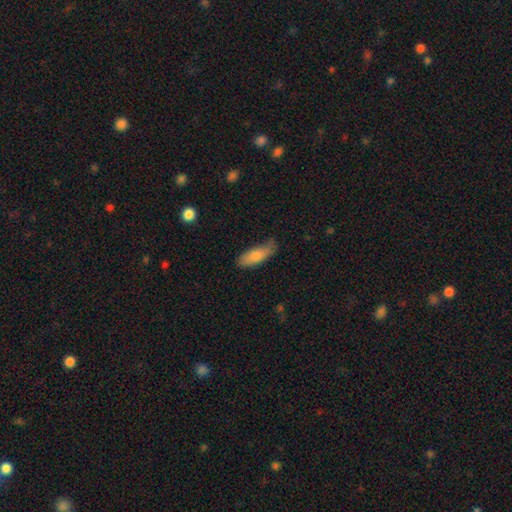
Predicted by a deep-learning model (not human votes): This appears to be a smooth galaxy with no disk features (81%) that is in between round and cigar-shaped (68%). Merging: none (57%).